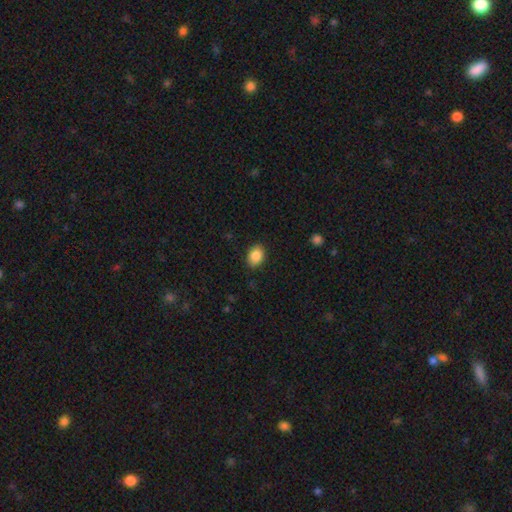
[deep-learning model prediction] Smooth or featured: smooth — 87% (star or artifact — 9%)
How rounded: in between — 64% (round — 35%)
Merging: none — 87% (minor disturbance — 10%)